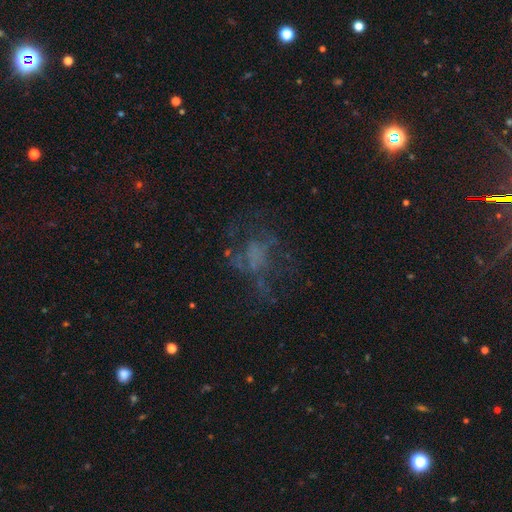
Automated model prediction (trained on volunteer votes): This is possibly a featured or disk galaxy (50%). It is clearly not viewed edge-on (97%). Merging: possibly none (47%).